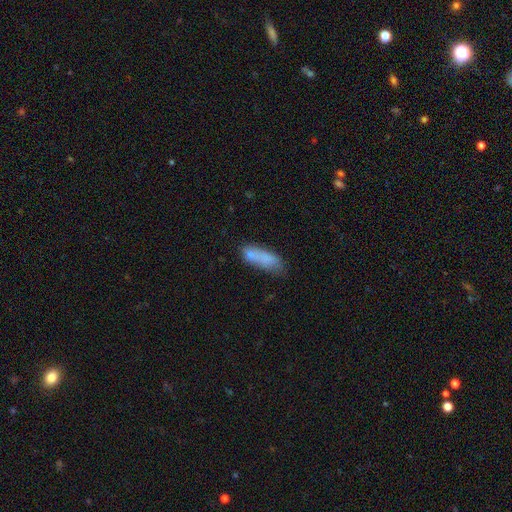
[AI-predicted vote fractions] This is likely a smooth galaxy (74%). How rounded: possibly in between (53%). Merging: possibly none (47%).